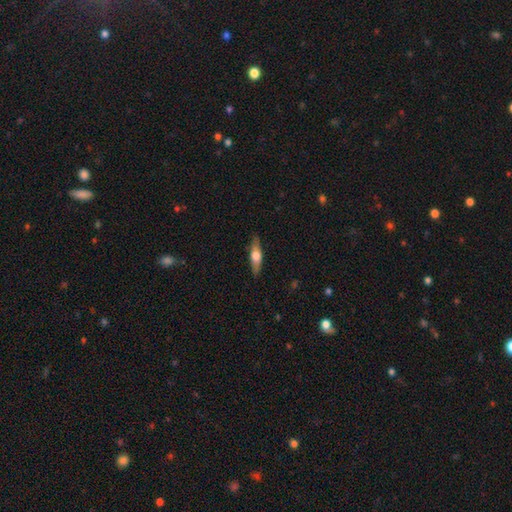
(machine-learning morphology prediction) featured or disk 49%, smooth 45%, star or artifact 6%. Down the decision tree: merging — none (87%).